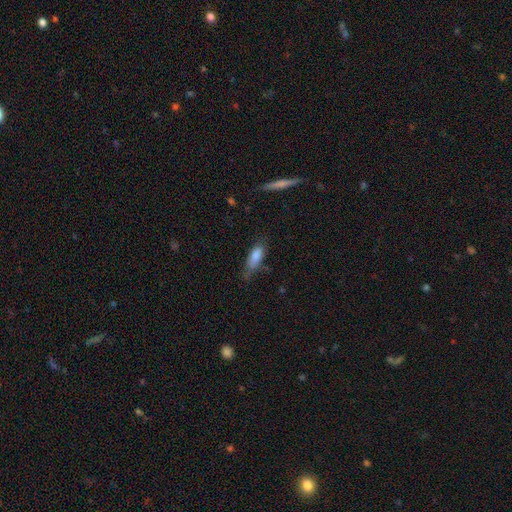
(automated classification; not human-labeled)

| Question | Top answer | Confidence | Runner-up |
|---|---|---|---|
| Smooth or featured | smooth | 81% | featured or disk (12%) |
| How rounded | in between | 62% | cigar-shaped (36%) |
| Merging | none | 57% | minor disturbance (31%) |